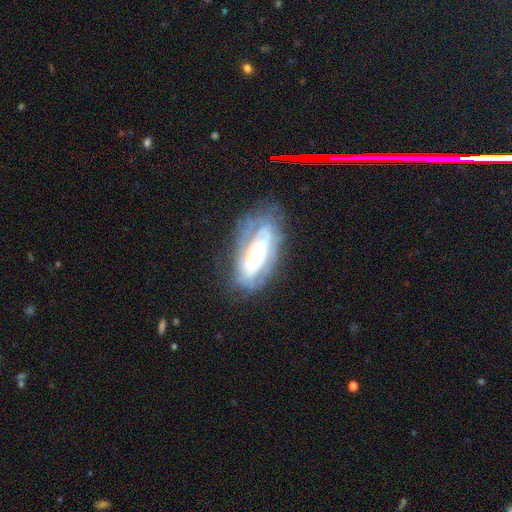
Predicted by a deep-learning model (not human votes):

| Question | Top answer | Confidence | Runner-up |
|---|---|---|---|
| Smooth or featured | featured or disk | 77% | smooth (16%) |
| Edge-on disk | no | 89% | yes (11%) |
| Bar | no | 60% | weak (24%) |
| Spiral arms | yes | 76% | no (24%) |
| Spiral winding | tight | 60% | medium (28%) |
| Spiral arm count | can't tell | 47% | 2 (31%) |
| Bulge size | moderate | 56% | small (25%) |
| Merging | none | 64% | minor disturbance (21%) |